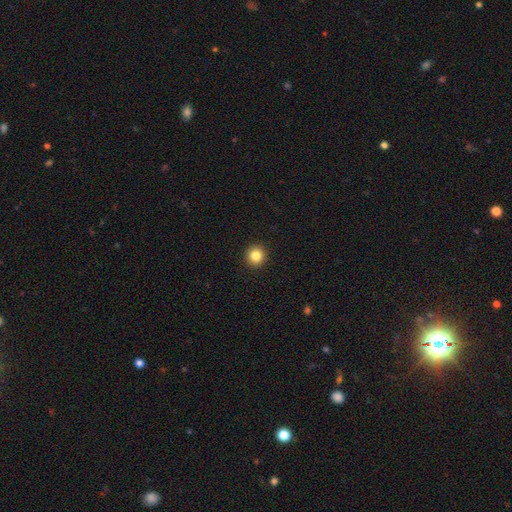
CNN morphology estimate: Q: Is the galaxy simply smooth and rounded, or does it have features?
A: smooth — 84%.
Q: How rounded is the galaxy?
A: round — 95%.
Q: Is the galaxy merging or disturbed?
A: none — 94%.